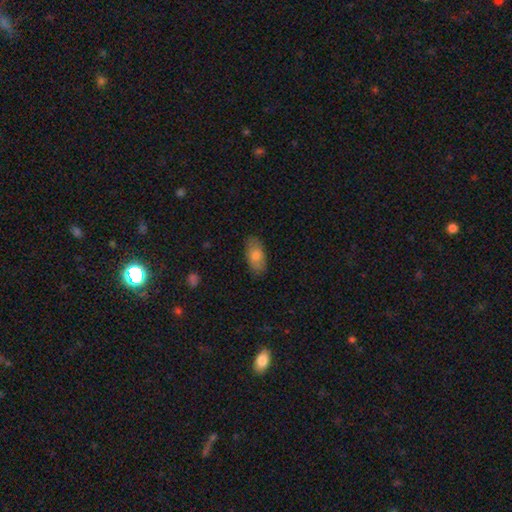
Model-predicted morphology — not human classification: type=smooth (79%); roundness=in between (90%); merging=none (85%).